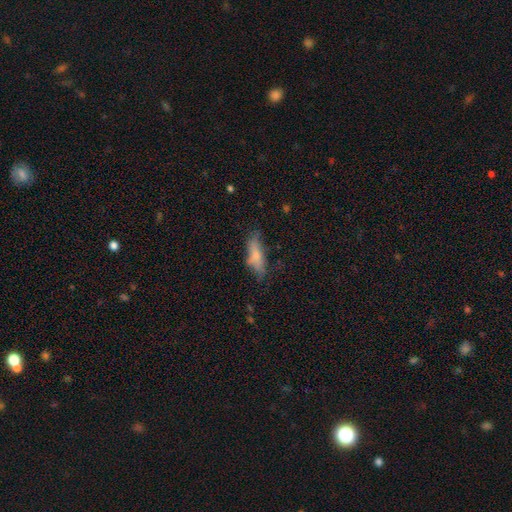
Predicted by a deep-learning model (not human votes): smooth 67%, featured or disk 25%, star or artifact 8%. Down the decision tree: how rounded — in between (54%); merging — none (53%).